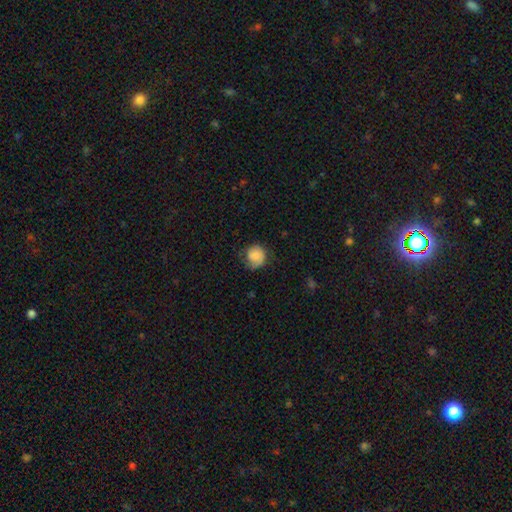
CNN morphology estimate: The model was most divided on "merging": none: 59%, minor disturbance: 27%, major disturbance: 12%, merger: 1%. More confident: how rounded — round (81%); smooth or featured — smooth (76%).